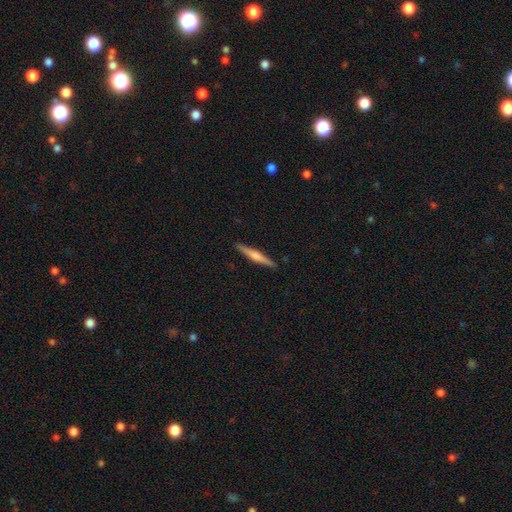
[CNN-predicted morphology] type=featured or disk (56%); edge-on=yes (98%); edge-on bulge=rounded (70%); merging=none (91%).